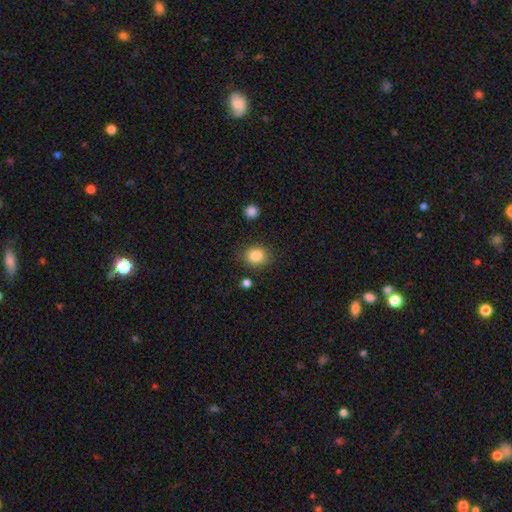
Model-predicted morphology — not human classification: The model was most divided on "how rounded": round: 68%, in between: 32%, cigar-shaped: 1%. More confident: smooth or featured — smooth (85%); merging — none (84%).